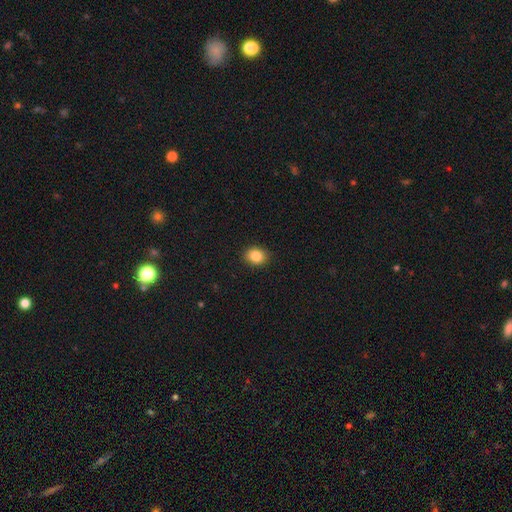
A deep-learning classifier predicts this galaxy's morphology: A smooth galaxy with no disk features (84%) that is round (54%). Merging: none (91%).